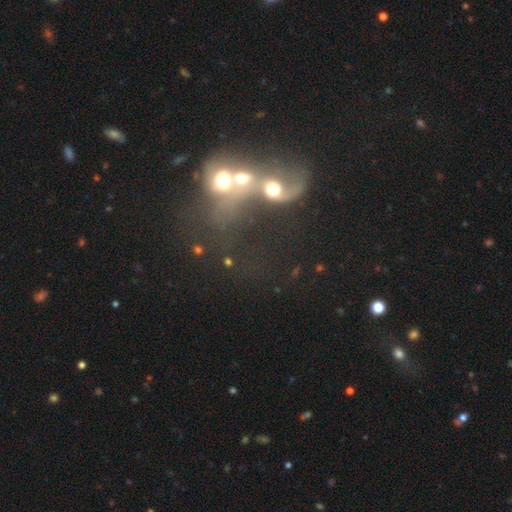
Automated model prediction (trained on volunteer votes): Smooth or featured?
  - featured or disk: 44% *
  - smooth: 32%
  - star or artifact: 24%
Merging?
  - merger: 74% *
  - major disturbance: 12%
  - none: 10%
  - minor disturbance: 5%